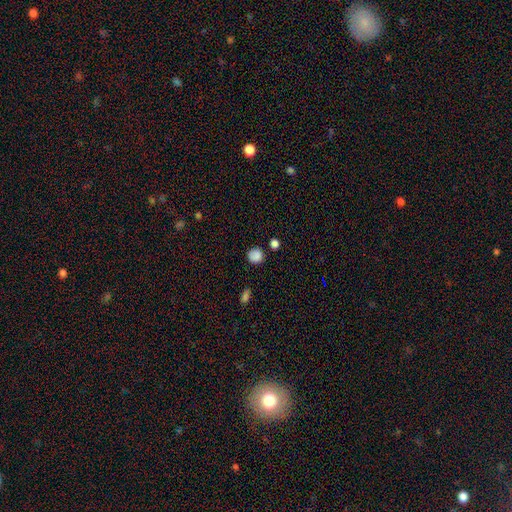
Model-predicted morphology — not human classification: smooth 85%, star or artifact 11%, featured or disk 5%. Down the decision tree: how rounded — round (86%); merging — none (80%).